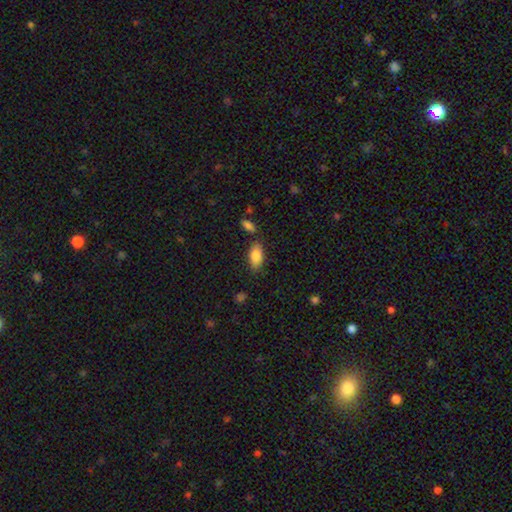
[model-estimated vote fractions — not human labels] smooth_or_featured: smooth (p=0.84) [alt: featured or disk p=0.09]
how_rounded: in between (p=0.90) [alt: cigar-shaped p=0.07]
merging: none (p=0.76) [alt: minor disturbance p=0.14]